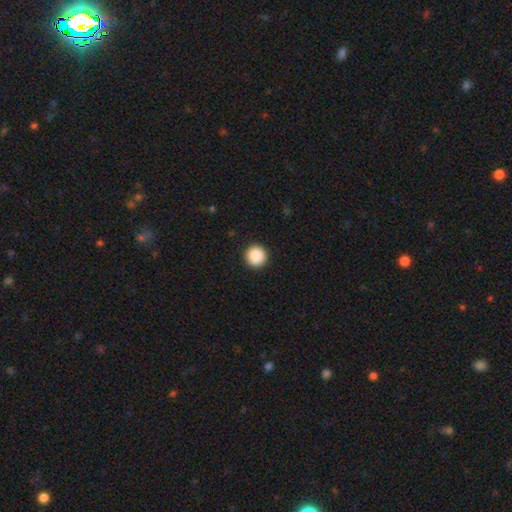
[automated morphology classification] Smooth or featured: smooth — 89% (star or artifact — 8%)
How rounded: round — 96% (in between — 3%)
Merging: none — 93% (minor disturbance — 5%)